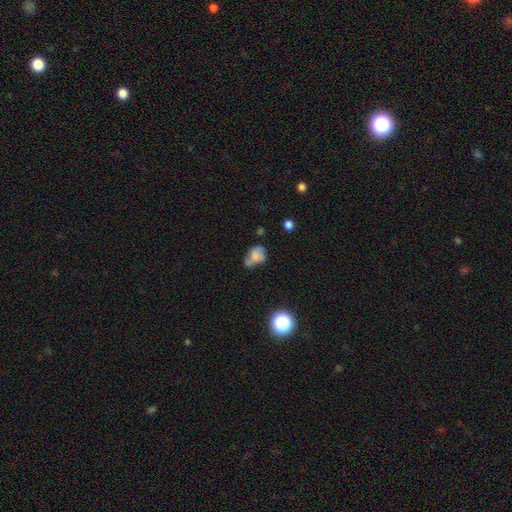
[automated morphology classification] A smooth galaxy with no disk features (63%) that is in between round and cigar-shaped (66%).

Vote fractions:
- Smooth or featured? smooth: 63% / featured or disk: 24% / star or artifact: 13%
- How rounded? in between: 66% / round: 33% / cigar-shaped: 2%
- Merging? none: 31% / merger: 28% / minor disturbance: 26% / major disturbance: 15%